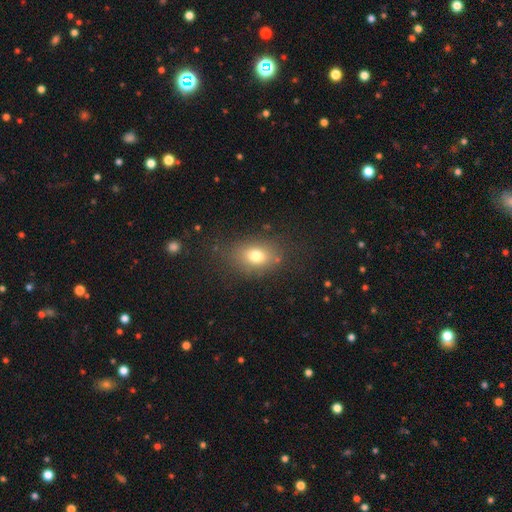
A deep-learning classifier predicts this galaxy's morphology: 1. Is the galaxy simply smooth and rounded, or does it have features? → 66% smooth, 24% star or artifact, 10% featured or disk.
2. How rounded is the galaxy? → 72% in between, 25% round, 3% cigar-shaped.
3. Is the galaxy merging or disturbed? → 83% none, 11% minor disturbance, 4% major disturbance, 2% merger.